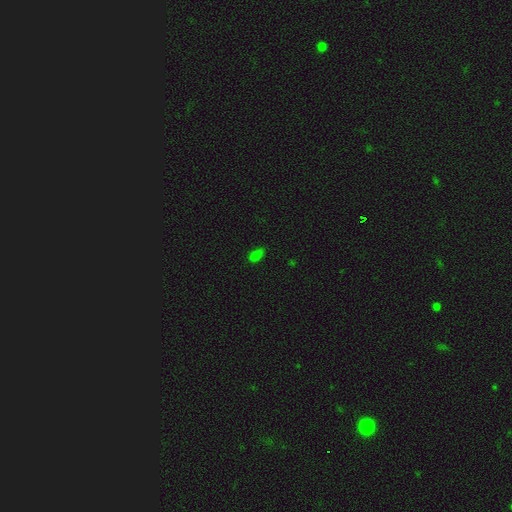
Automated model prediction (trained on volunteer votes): This is likely a smooth galaxy (75%). How rounded: clearly in between (87%). Merging: likely none (75%).